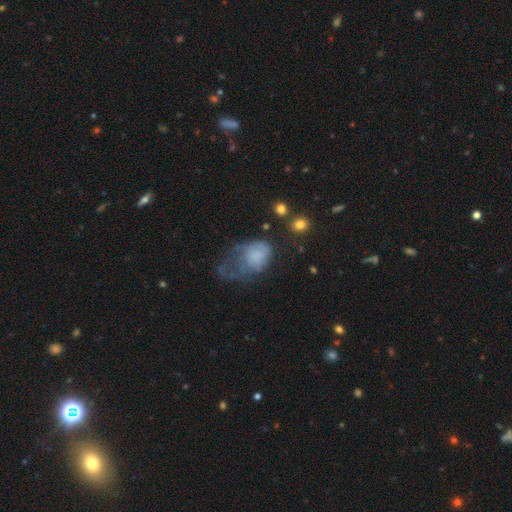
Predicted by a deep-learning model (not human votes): The model was most divided on "smooth or featured": smooth: 56%, featured or disk: 32%, star or artifact: 12%. More confident: how rounded — in between (74%); merging — major disturbance (57%).